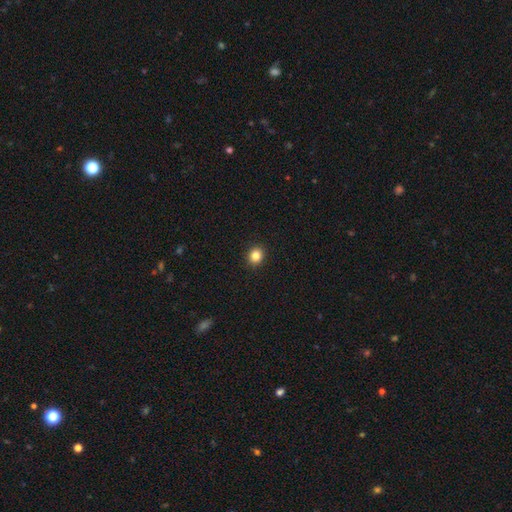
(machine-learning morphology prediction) smooth-or-featured: smooth: 84% | star or artifact: 11% | featured or disk: 5%
  how-rounded: round: 77% | in between: 22% | cigar-shaped: 1%
  merging: none: 93% | minor disturbance: 5% | major disturbance: 2% | merger: 1%